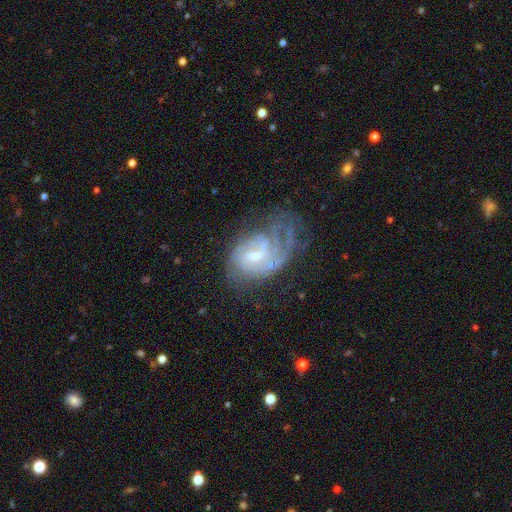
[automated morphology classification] A featured or disk galaxy (79%) with a weak bar (55%), tight (49%) spiral arms (89%) and a small central bulge (51%).

Vote fractions:
- Smooth or featured? featured or disk: 79% / smooth: 12% / star or artifact: 8%
- Edge-on disk? no: 97% / yes: 3%
- Bar? weak: 55% / no: 30% / strong: 15%
- Spiral arms? yes: 89% / no: 11%
- Spiral winding? tight: 49% / medium: 37% / loose: 14%
- Spiral arm count? can't tell: 41% / 2: 22% / 3: 17% / 1: 8% / 4: 8% / more than 4: 4%
- Bulge size? small: 51% / moderate: 34% / none: 11% / large: 3% / dominant: 1%
- Merging? none: 42% / major disturbance: 30% / minor disturbance: 25% / merger: 4%